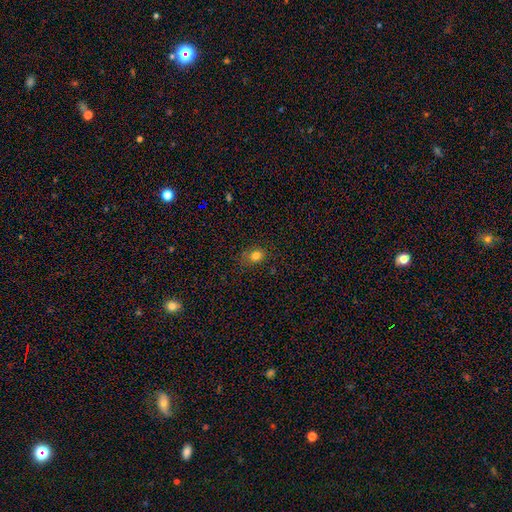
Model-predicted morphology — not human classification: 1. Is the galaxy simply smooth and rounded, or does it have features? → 80% smooth, 14% star or artifact, 7% featured or disk.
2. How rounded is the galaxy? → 53% round, 46% in between, 1% cigar-shaped.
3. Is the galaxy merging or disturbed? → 74% none, 18% minor disturbance, 5% major disturbance, 2% merger.